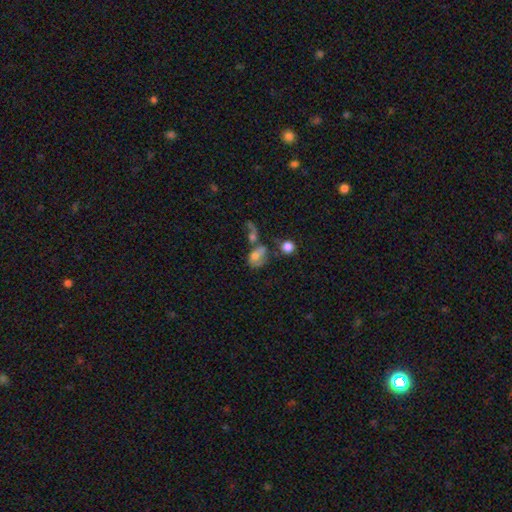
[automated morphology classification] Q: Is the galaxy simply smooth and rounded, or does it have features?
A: smooth — 56%.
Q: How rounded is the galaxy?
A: in between — 65%.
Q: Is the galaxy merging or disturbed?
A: merger — 48%.